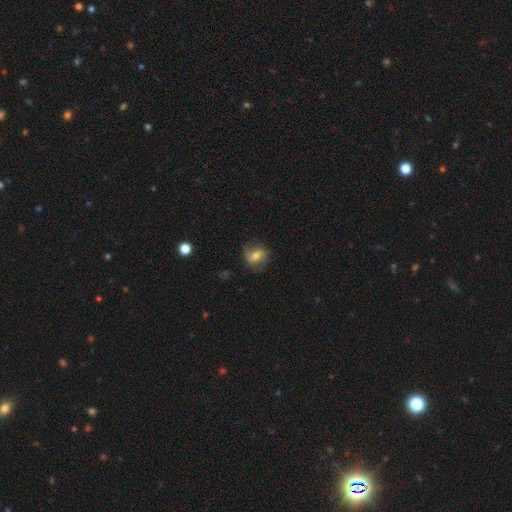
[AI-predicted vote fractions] This appears to be a smooth galaxy with no disk features (61%) that is round (56%). Merging: none (74%).